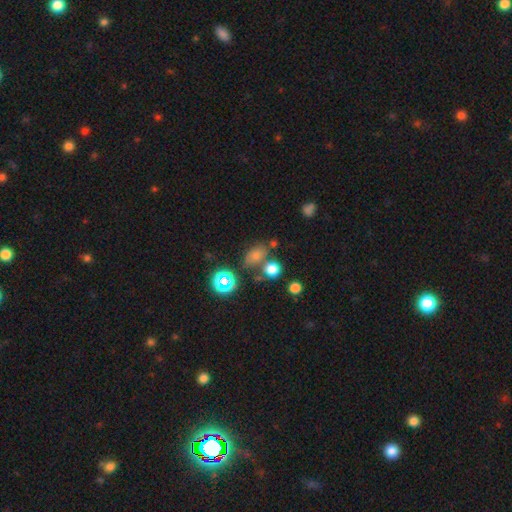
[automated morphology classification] smooth-or-featured: smooth: 62% | star or artifact: 27% | featured or disk: 11%
  how-rounded: in between: 63% | round: 34% | cigar-shaped: 2%
  merging: none: 61% | merger: 17% | minor disturbance: 16% | major disturbance: 6%